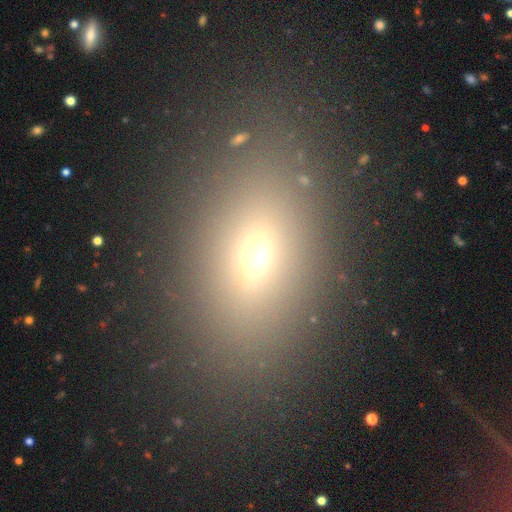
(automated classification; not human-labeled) Overall: smooth (51%; star or artifact 32%). How rounded: in between (75%). Merging: none (86%).